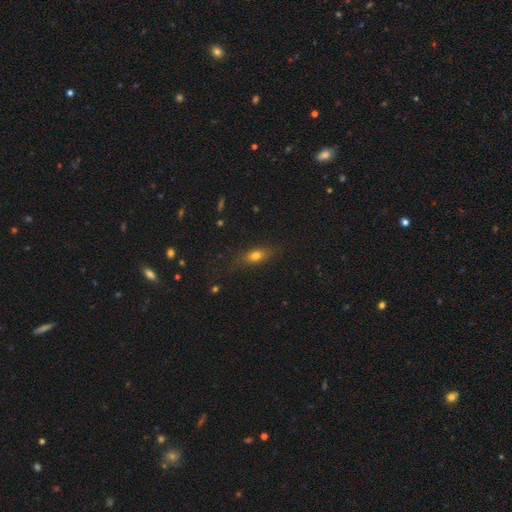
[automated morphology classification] This appears to be a smooth galaxy with no disk features (70%) that is in between round and cigar-shaped (65%). Merging: none (78%).